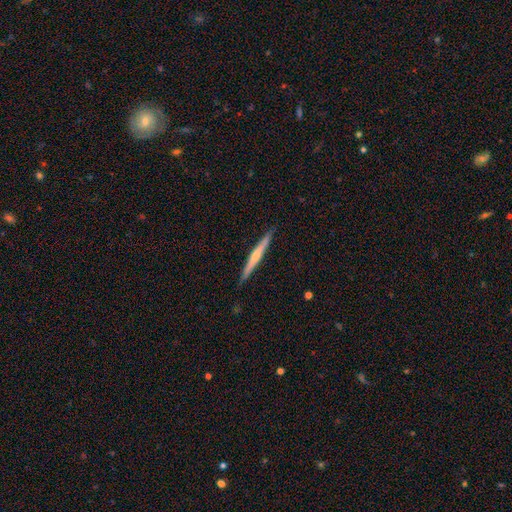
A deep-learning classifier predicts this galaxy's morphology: Smooth or featured? Predicted: featured or disk (p=0.55). Edge-on disk? Predicted: yes (p=0.98). Edge-on bulge? Predicted: rounded (p=0.51). Merging? Predicted: none (p=0.90).